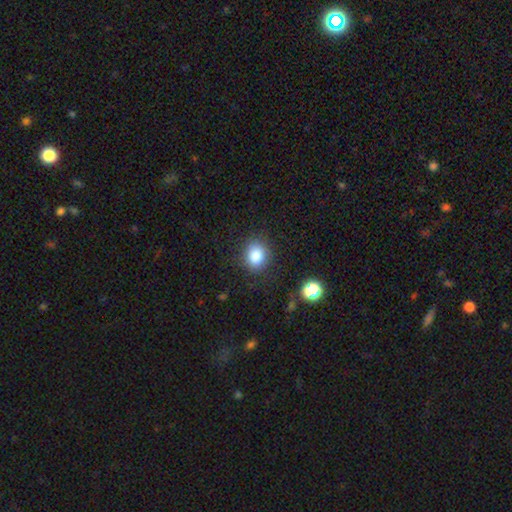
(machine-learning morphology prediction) type=smooth (84%); roundness=round (60%); merging=none (82%).